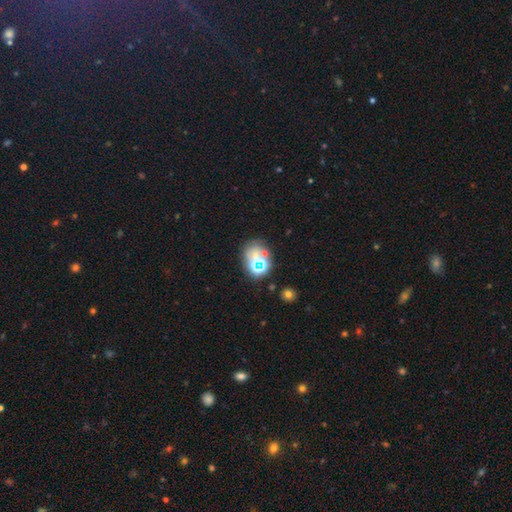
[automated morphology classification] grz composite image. It shows a smooth galaxy with no disk features (41%). Merging: none (57%).